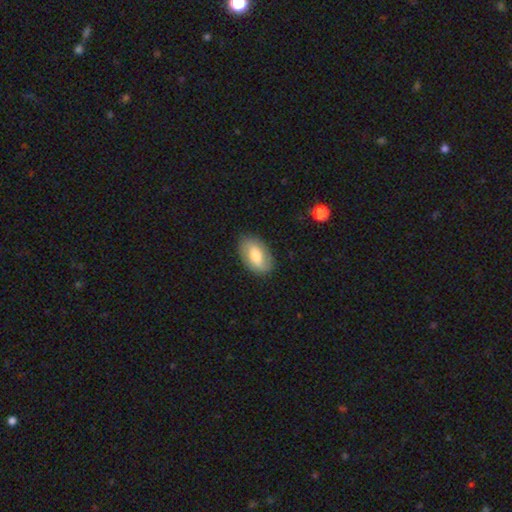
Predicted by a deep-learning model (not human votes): This is likely a smooth galaxy (63%). How rounded: clearly in between (92%). Merging: clearly none (85%).